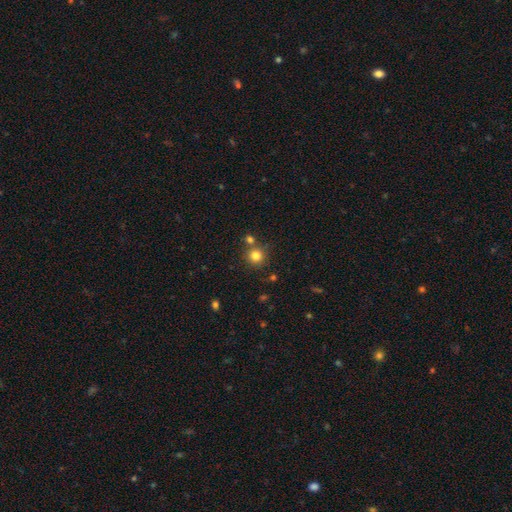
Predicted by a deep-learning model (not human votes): A smooth galaxy with no disk features (80%) that is round (93%). Merging: none (73%).